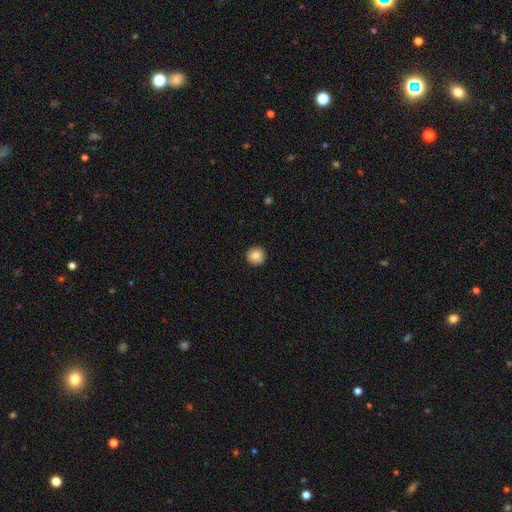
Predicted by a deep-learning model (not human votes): A smooth galaxy with no disk features (85%) that is round (95%). Merging: none (93%).